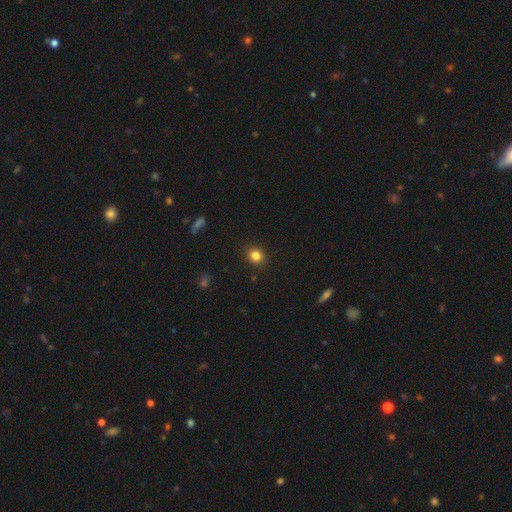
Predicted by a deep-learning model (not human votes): The model was most divided on "smooth or featured": smooth: 83%, star or artifact: 12%, featured or disk: 5%. More confident: merging — none (91%); how rounded — round (86%).